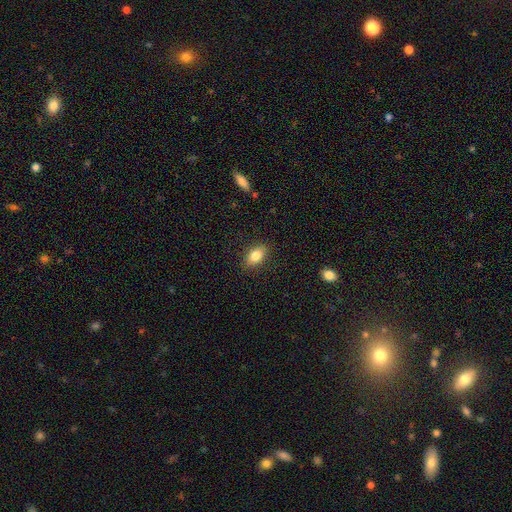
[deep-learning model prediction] smooth-or-featured: smooth: 83% | featured or disk: 9% | star or artifact: 8%
  how-rounded: in between: 86% | round: 11% | cigar-shaped: 3%
  merging: none: 87% | minor disturbance: 9% | major disturbance: 2% | merger: 1%